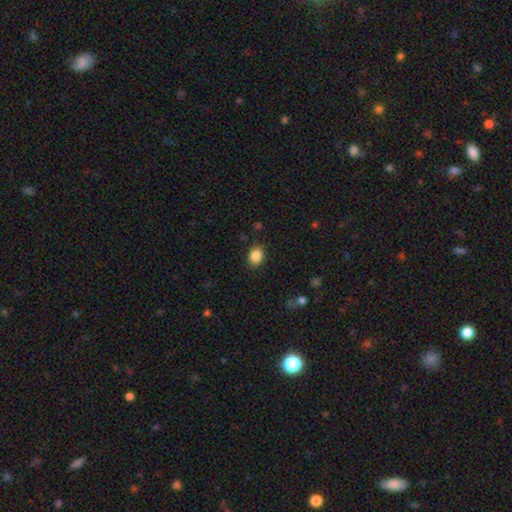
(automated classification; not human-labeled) Overall: smooth (87%). How rounded: in between (59%; round 40%). Merging: none (87%).